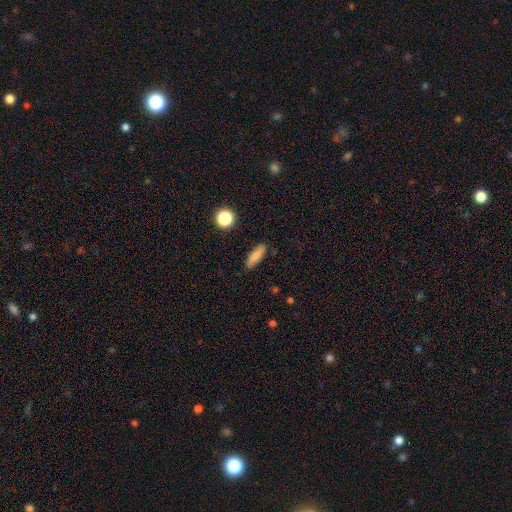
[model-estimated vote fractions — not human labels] Overall: smooth (81%). How rounded: cigar-shaped (55%; in between 41%). Merging: none (86%).